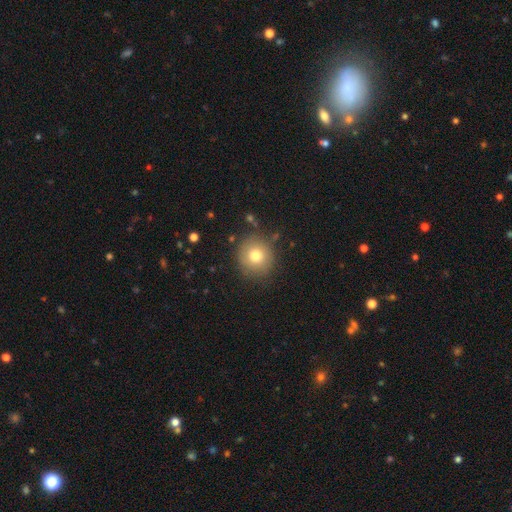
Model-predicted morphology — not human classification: Overall: smooth (75%). How rounded: round (92%). Merging: none (85%).